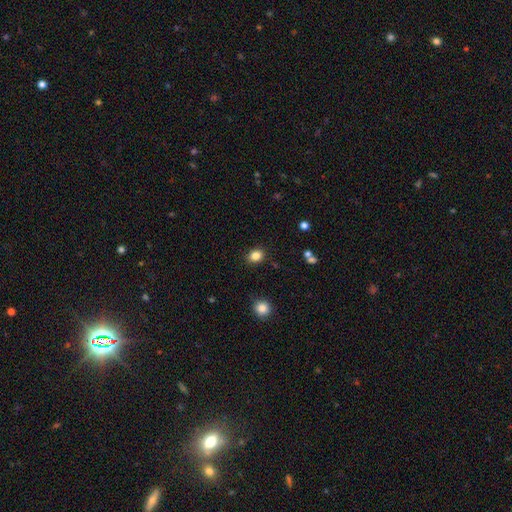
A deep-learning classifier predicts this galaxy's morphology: This is clearly a smooth galaxy (84%). How rounded: possibly round (52%). Merging: clearly none (88%).